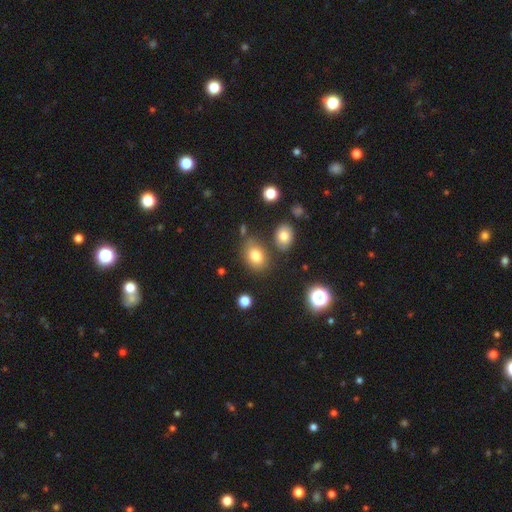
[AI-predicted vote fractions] Overall: smooth (79%). How rounded: in between (75%). Merging: none (72%).